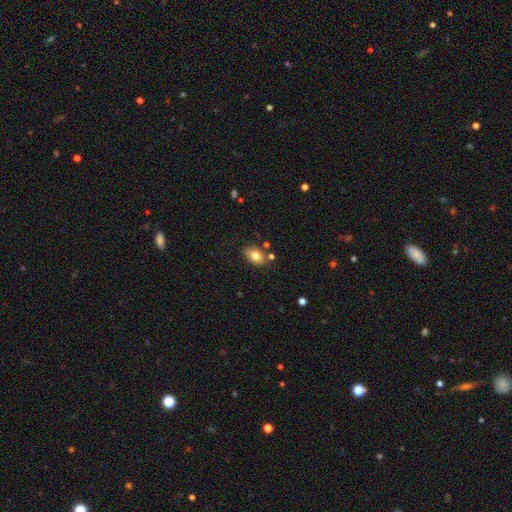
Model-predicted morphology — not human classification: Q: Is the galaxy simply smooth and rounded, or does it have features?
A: smooth — 80%.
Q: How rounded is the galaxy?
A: in between — 84%.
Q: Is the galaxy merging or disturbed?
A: none — 74%.